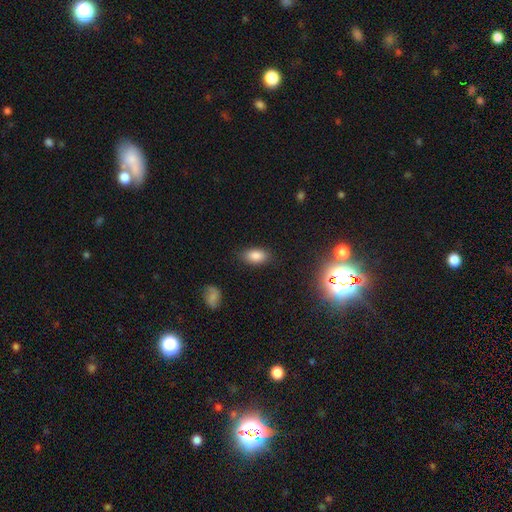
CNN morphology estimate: Smooth or featured? Predicted: smooth (p=0.84). How rounded? Predicted: in between (p=0.91). Merging? Predicted: none (p=0.85).